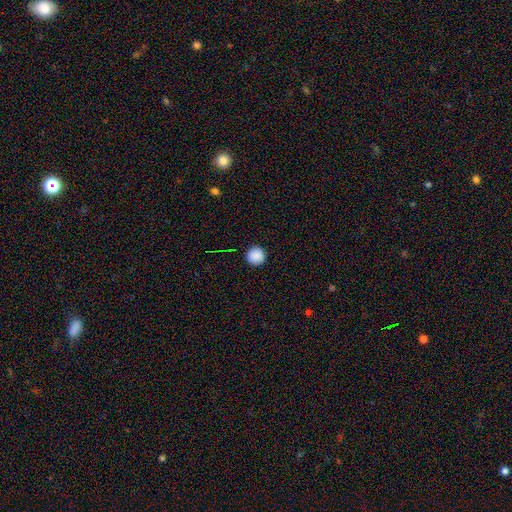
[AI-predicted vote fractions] smooth-or-featured: smooth: 89% | star or artifact: 9% | featured or disk: 3%
  how-rounded: round: 96% | in between: 3% | cigar-shaped: 1%
  merging: none: 93% | minor disturbance: 4% | major disturbance: 1% | merger: 1%